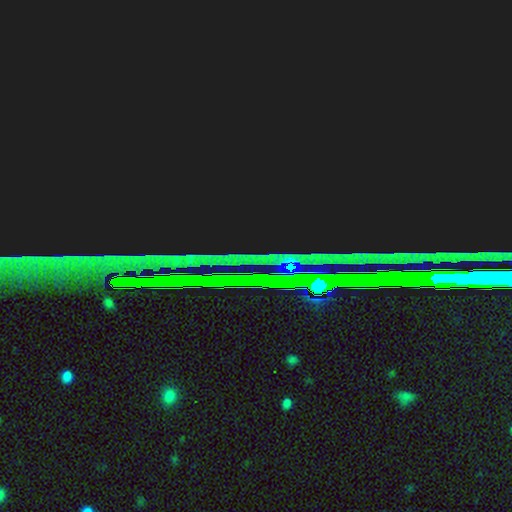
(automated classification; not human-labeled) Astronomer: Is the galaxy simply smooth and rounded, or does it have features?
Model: star or artifact — 84%.